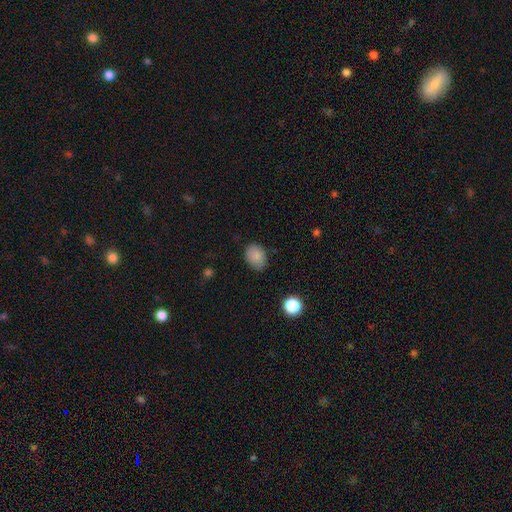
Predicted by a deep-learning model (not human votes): smooth_or_featured: smooth (p=0.86) [alt: star or artifact p=0.09]
how_rounded: in between (p=0.72) [alt: round p=0.27]
merging: none (p=0.79) [alt: minor disturbance p=0.16]